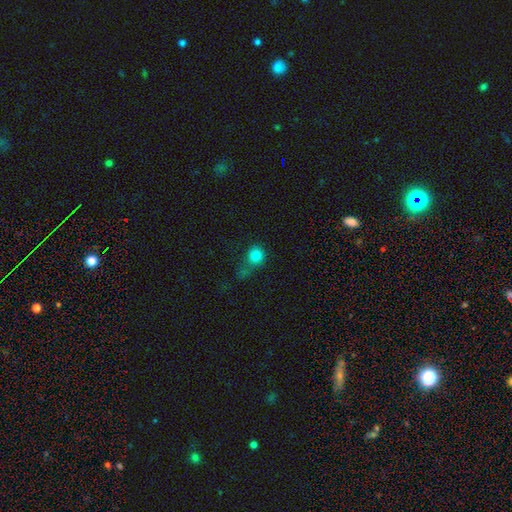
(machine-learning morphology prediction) A smooth galaxy with no disk features (80%) that is round (84%).

Vote fractions:
- Smooth or featured? smooth: 80% / star or artifact: 13% / featured or disk: 7%
- How rounded? round: 84% / in between: 15% / cigar-shaped: 1%
- Merging? none: 47% / merger: 22% / minor disturbance: 16% / major disturbance: 15%